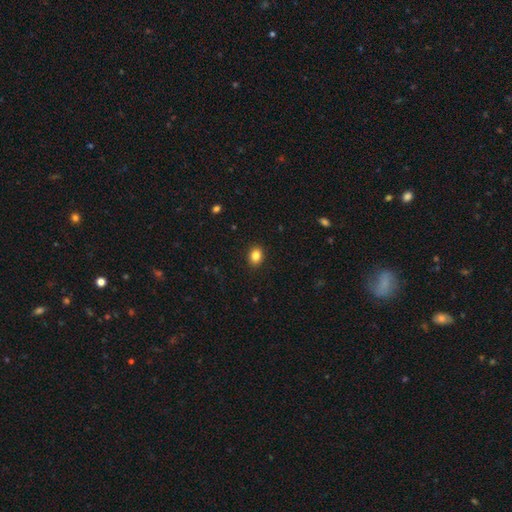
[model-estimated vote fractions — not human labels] A smooth galaxy with no disk features (85%) that is in between round and cigar-shaped (56%).

Vote fractions:
- Smooth or featured? smooth: 85% / star or artifact: 10% / featured or disk: 5%
- How rounded? in between: 56% / round: 43% / cigar-shaped: 1%
- Merging? none: 91% / minor disturbance: 7% / major disturbance: 2% / merger: 1%